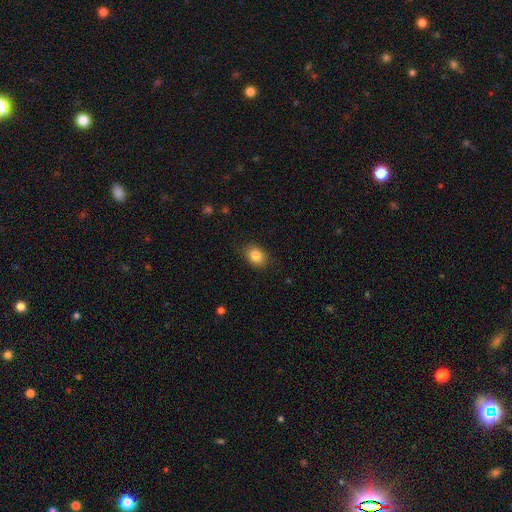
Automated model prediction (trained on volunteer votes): Smooth or featured? Predicted: smooth (p=0.86). How rounded? Predicted: in between (p=0.67). Merging? Predicted: none (p=0.86).